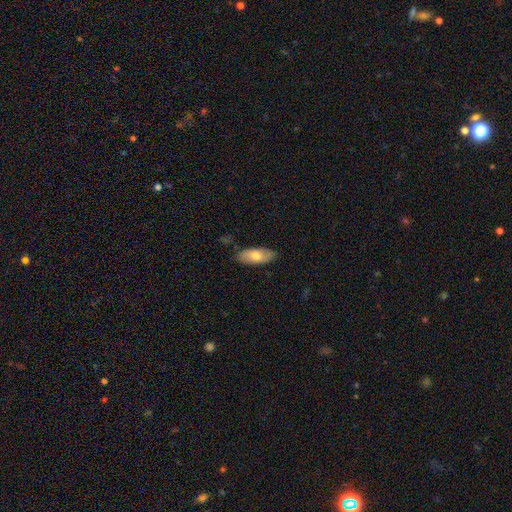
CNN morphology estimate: Overall: smooth (71%). How rounded: in between (84%). Merging: none (83%).